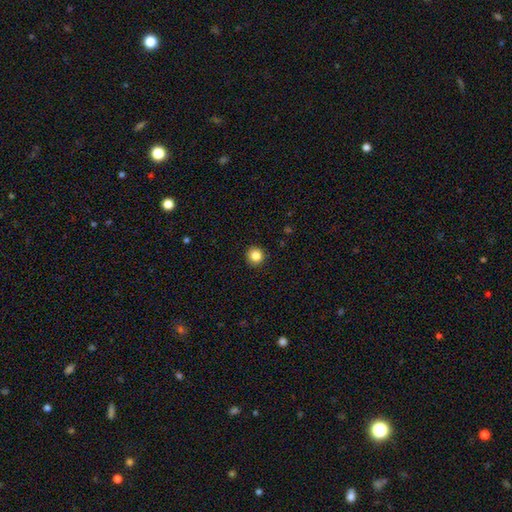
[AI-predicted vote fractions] A smooth galaxy with no disk features (85%) that is round (95%).

Vote fractions:
- Smooth or featured? smooth: 85% / star or artifact: 11% / featured or disk: 5%
- How rounded? round: 95% / in between: 4% / cigar-shaped: 1%
- Merging? none: 93% / minor disturbance: 5% / major disturbance: 2% / merger: 1%